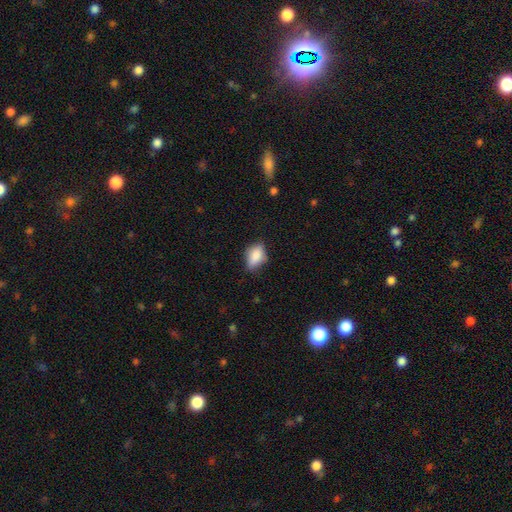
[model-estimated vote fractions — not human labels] This appears to be a smooth galaxy with no disk features (79%) that is in between round and cigar-shaped (84%). Merging: none (64%).